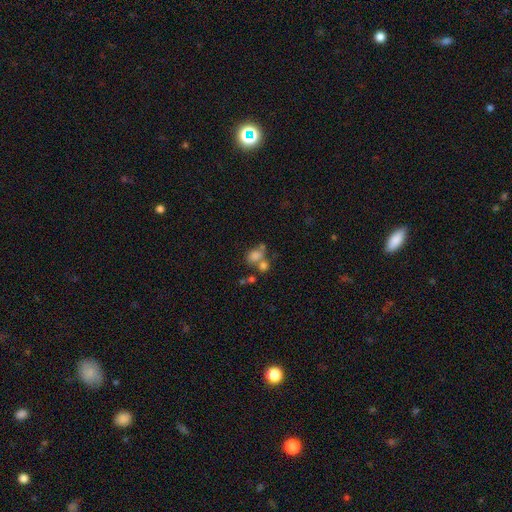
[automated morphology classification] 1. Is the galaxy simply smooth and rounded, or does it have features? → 73% smooth, 14% featured or disk, 13% star or artifact.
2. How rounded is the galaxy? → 56% in between, 43% round, 2% cigar-shaped.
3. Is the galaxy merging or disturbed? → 47% merger, 31% none, 12% minor disturbance, 10% major disturbance.